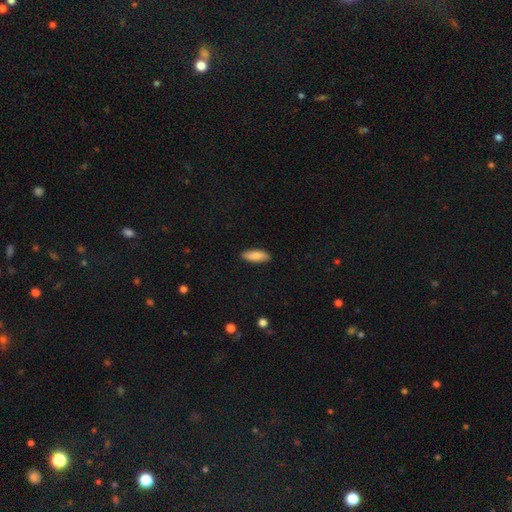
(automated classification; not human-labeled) The model was most divided on "how rounded": in between: 67%, cigar-shaped: 31%, round: 2%. More confident: merging — none (89%); smooth or featured — smooth (86%).